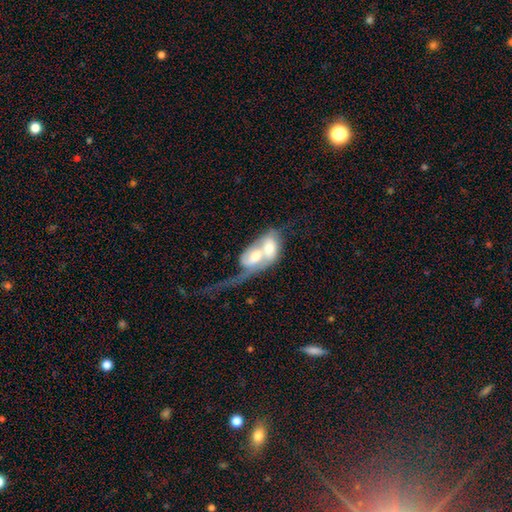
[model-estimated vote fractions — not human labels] smooth-or-featured: featured or disk: 51% | smooth: 43% | star or artifact: 6%
  disk-edge-on: no: 92% | yes: 8%
  merging: merger: 82% | major disturbance: 10% | none: 5% | minor disturbance: 3%